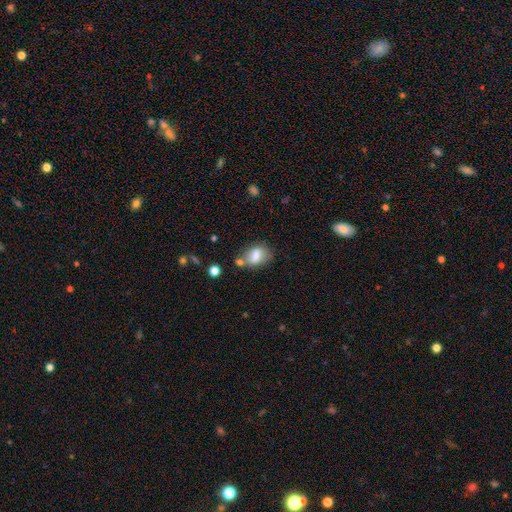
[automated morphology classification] This is likely a smooth galaxy (74%). How rounded: likely in between (78%). Merging: possibly none (49%).